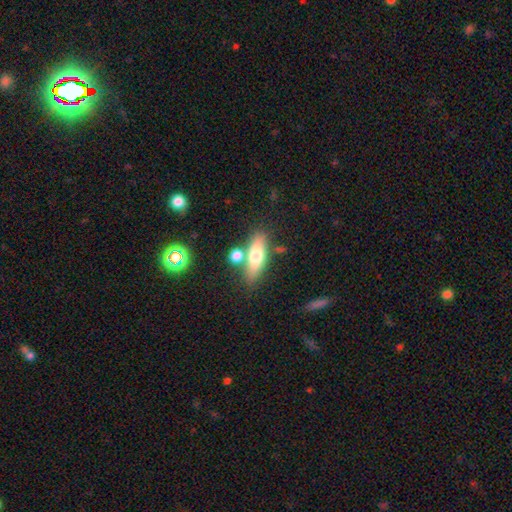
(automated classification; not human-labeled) Overall: smooth (64%; featured or disk 28%). How rounded: in between (56%; cigar-shaped 39%). Merging: none (68%).